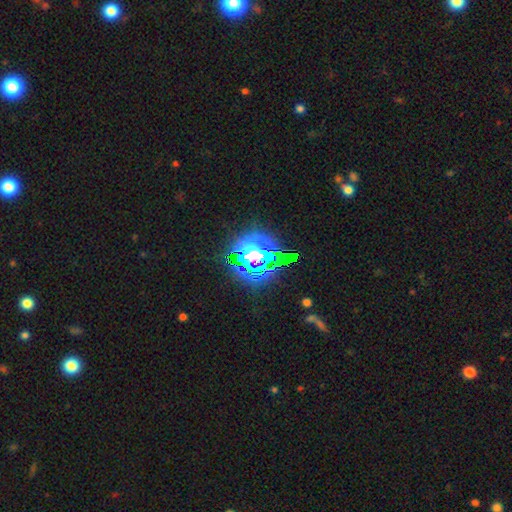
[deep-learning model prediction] A star or artifact, not a galaxy (68%).

Vote fractions:
- Smooth or featured? star or artifact: 68% / smooth: 19% / featured or disk: 13%